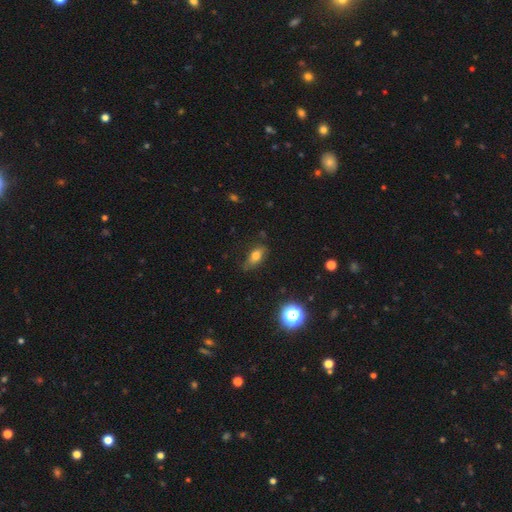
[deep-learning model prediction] A smooth galaxy with no disk features (69%) that is in between round and cigar-shaped (75%).

Vote fractions:
- Smooth or featured? smooth: 69% / featured or disk: 19% / star or artifact: 12%
- How rounded? in between: 75% / cigar-shaped: 15% / round: 10%
- Merging? none: 67% / minor disturbance: 25% / major disturbance: 6% / merger: 2%